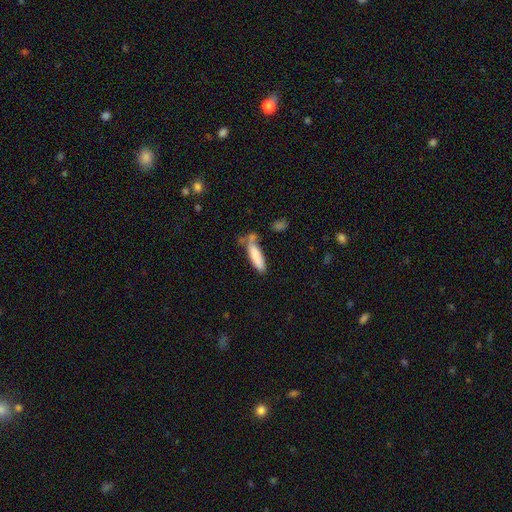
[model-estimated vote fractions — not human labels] Smooth or featured? Predicted: smooth (p=0.79). How rounded? Predicted: cigar-shaped (p=0.66). Merging? Predicted: none (p=0.49).